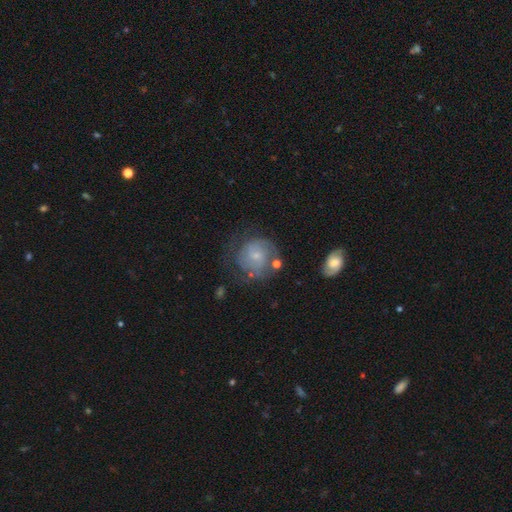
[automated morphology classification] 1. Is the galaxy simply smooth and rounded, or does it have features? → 61% featured or disk, 31% smooth, 8% star or artifact.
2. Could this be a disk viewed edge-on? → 98% no, 2% yes.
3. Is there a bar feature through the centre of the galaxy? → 63% no, 32% weak, 5% strong.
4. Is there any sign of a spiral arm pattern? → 82% yes, 18% no.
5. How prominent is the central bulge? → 68% small, 23% moderate, 7% none, 2% large, 1% dominant.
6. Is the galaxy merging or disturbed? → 54% none, 22% minor disturbance, 17% major disturbance, 7% merger.